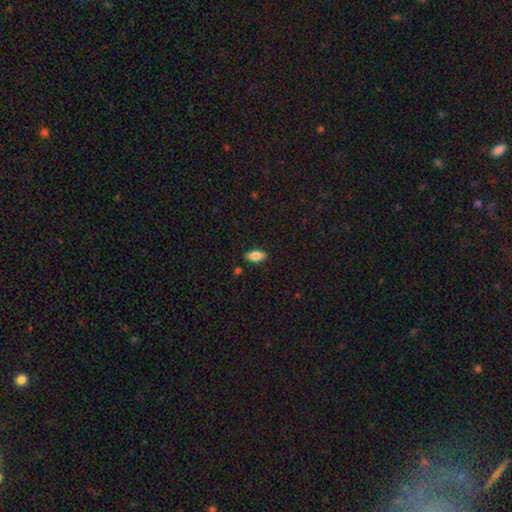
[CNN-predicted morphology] Q: Smooth or featured?
A: smooth (80%); runner-up: featured or disk (13%)
Q: How rounded?
A: in between (87%); runner-up: cigar-shaped (10%)
Q: Merging?
A: none (87%); runner-up: minor disturbance (10%)